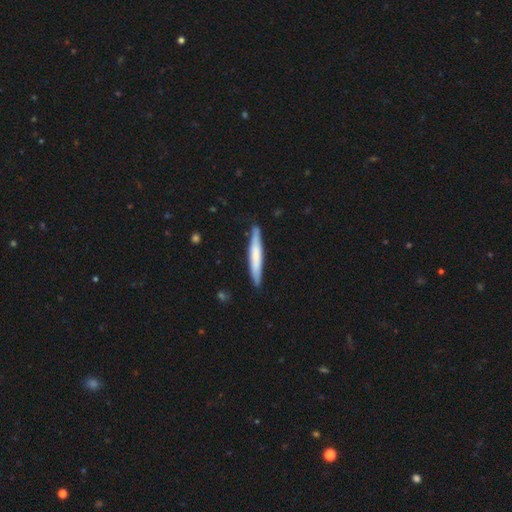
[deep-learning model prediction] Morphology: type=smooth (60%); roundness=cigar-shaped (94%); merging=none (85%).